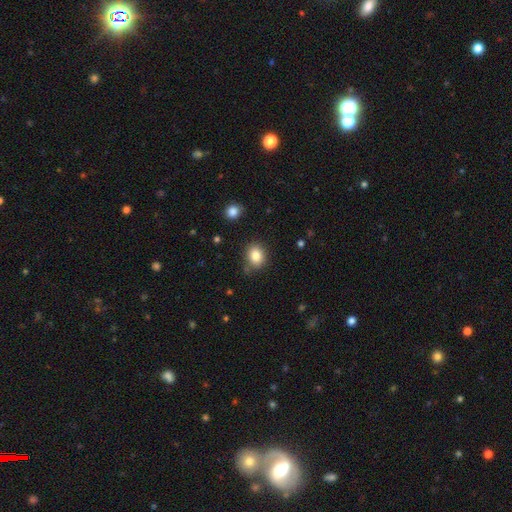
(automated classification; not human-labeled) A smooth galaxy with no disk features (84%) that is round (56%).

Vote fractions:
- Smooth or featured? smooth: 84% / star or artifact: 10% / featured or disk: 6%
- How rounded? round: 56% / in between: 43% / cigar-shaped: 1%
- Merging? none: 82% / minor disturbance: 12% / merger: 3% / major disturbance: 3%